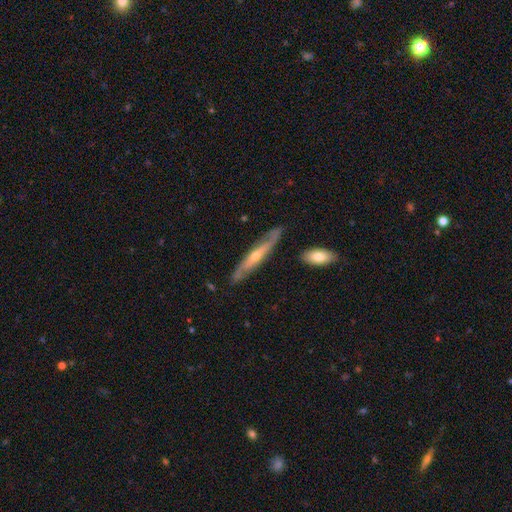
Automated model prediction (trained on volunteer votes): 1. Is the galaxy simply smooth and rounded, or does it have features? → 71% featured or disk, 23% smooth, 6% star or artifact.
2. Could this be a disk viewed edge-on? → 64% yes, 36% no.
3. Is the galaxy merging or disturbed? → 79% none, 15% minor disturbance, 4% major disturbance, 2% merger.